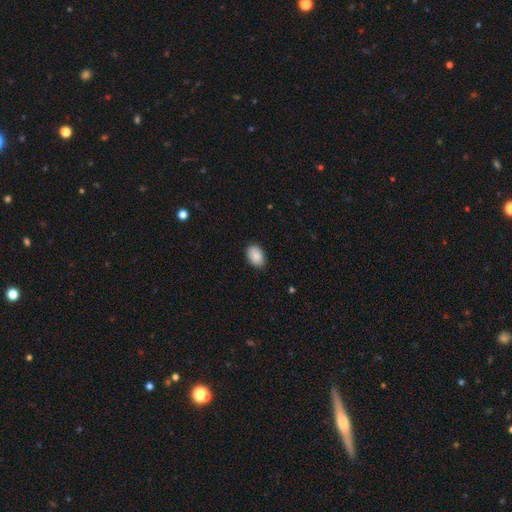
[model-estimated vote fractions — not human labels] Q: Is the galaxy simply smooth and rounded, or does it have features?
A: smooth — 90%.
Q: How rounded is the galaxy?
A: in between — 87%.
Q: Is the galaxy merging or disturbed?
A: none — 86%.